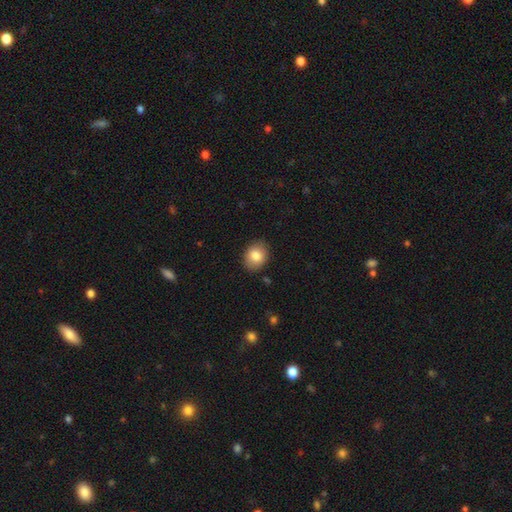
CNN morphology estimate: This appears to be a smooth galaxy with no disk features (83%) that is in between round and cigar-shaped (52%). Merging: none (87%).